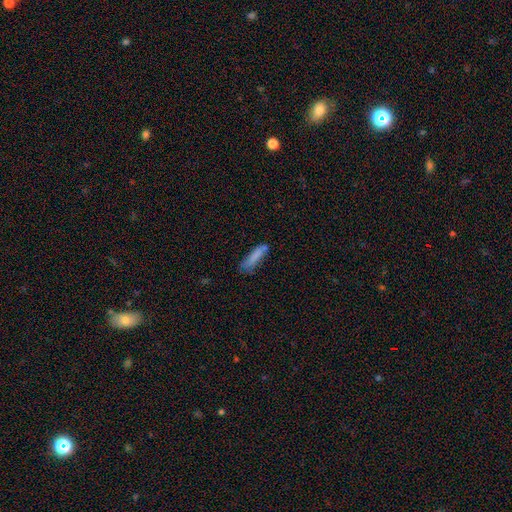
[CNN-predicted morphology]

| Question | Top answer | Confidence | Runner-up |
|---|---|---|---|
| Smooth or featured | smooth | 80% | featured or disk (12%) |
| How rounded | cigar-shaped | 76% | in between (22%) |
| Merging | none | 60% | minor disturbance (25%) |